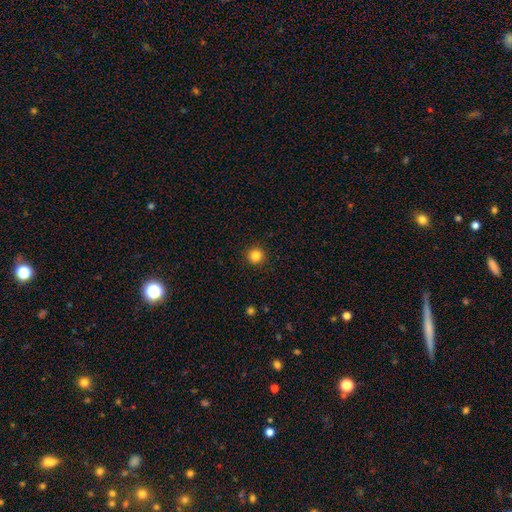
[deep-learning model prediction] Smooth or featured?
  - smooth: 84% *
  - star or artifact: 12%
  - featured or disk: 4%
How rounded?
  - round: 96% *
  - in between: 3%
  - cigar-shaped: 1%
Merging?
  - none: 93% *
  - minor disturbance: 5%
  - major disturbance: 2%
  - merger: 1%